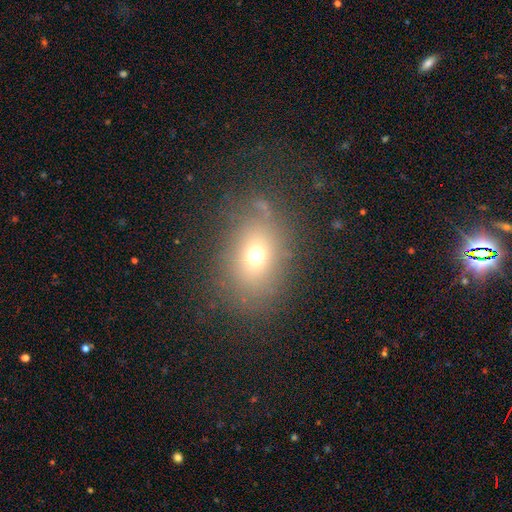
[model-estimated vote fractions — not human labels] Smooth or featured: smooth — 67% (star or artifact — 18%)
How rounded: in between — 62% (round — 36%)
Merging: none — 75% (minor disturbance — 14%)